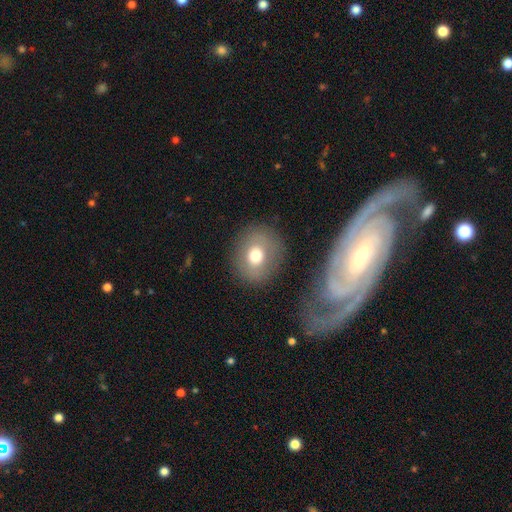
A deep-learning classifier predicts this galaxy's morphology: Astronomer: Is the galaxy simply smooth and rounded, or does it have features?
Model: smooth — 69%.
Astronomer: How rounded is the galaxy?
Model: round — 69%.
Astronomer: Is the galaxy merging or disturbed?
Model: none — 83%.